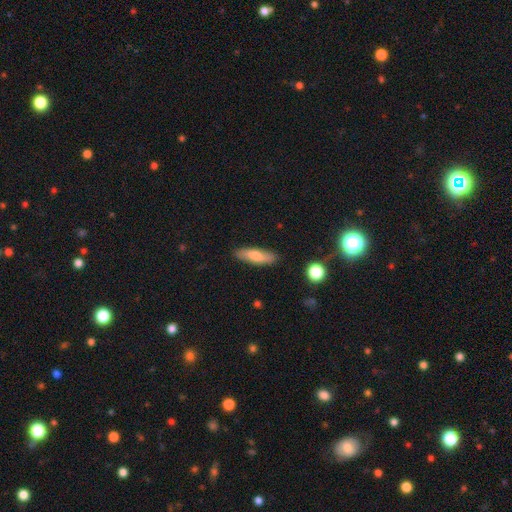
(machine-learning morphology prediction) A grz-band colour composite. It shows a smooth galaxy with no disk features (75%) that is cigar-shaped (53%). Merging: none (86%).